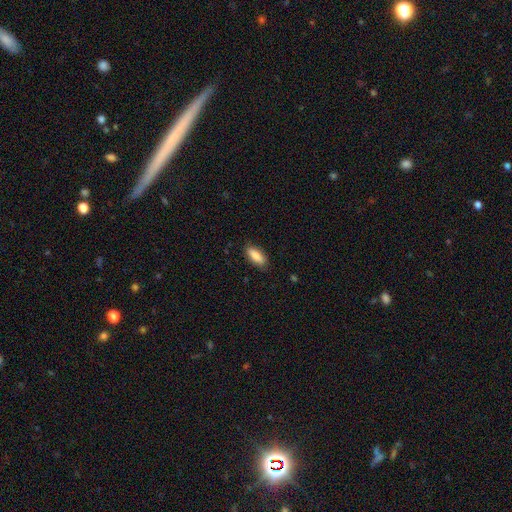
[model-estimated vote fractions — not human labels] The model was most divided on "how rounded": in between: 75%, cigar-shaped: 23%, round: 2%. More confident: smooth or featured — smooth (87%); merging — none (85%).